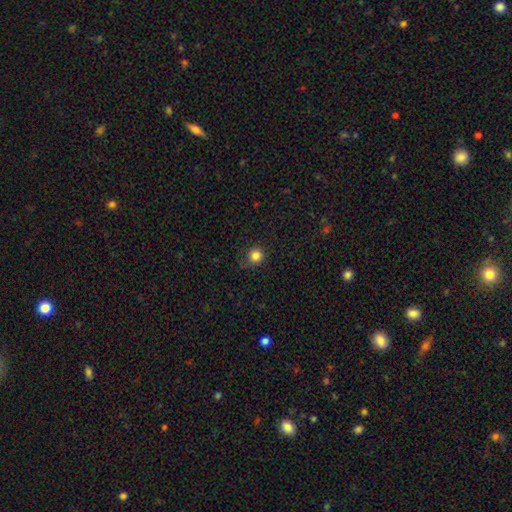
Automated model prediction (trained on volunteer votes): Overall: smooth (83%). How rounded: round (93%). Merging: none (73%).